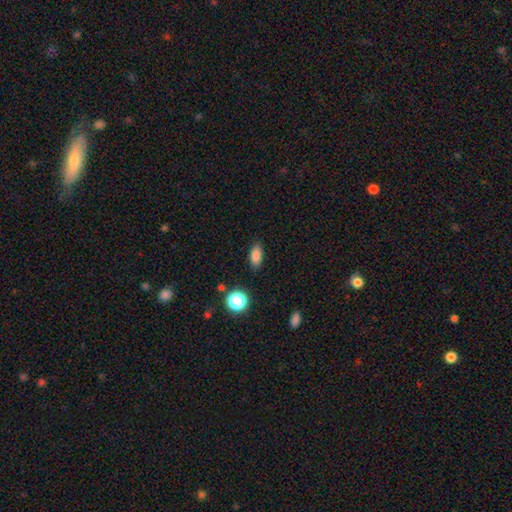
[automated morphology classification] Smooth or featured?
  - smooth: 83% *
  - star or artifact: 11%
  - featured or disk: 6%
How rounded?
  - in between: 83% *
  - cigar-shaped: 9%
  - round: 8%
Merging?
  - none: 85% *
  - minor disturbance: 11%
  - major disturbance: 2%
  - merger: 1%